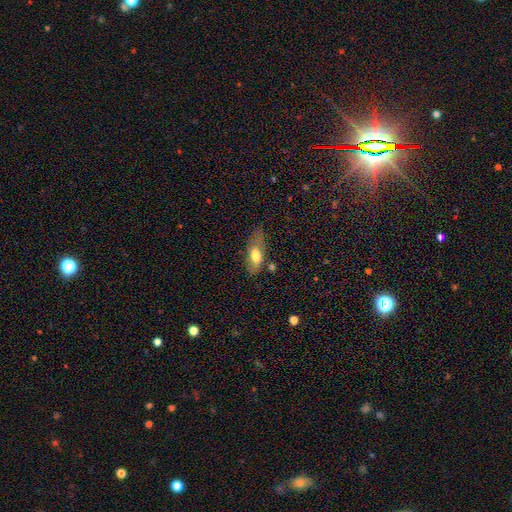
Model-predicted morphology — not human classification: A smooth galaxy with no disk features (70%) that is in between round and cigar-shaped (75%). Merging: none (56%).